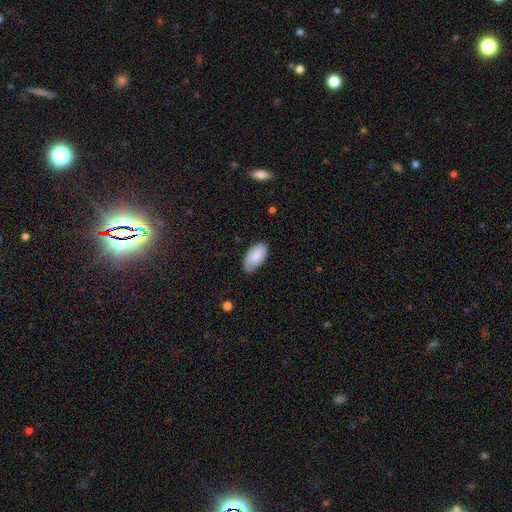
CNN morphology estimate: smooth_or_featured: smooth (p=0.86) [alt: featured or disk p=0.08]
how_rounded: in between (p=0.96) [alt: round p=0.02]
merging: none (p=0.73) [alt: minor disturbance p=0.22]